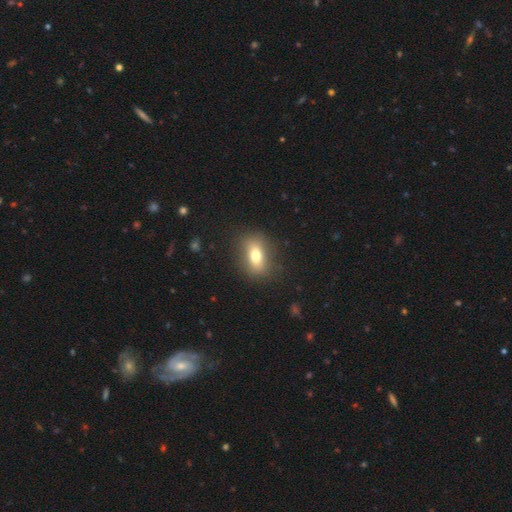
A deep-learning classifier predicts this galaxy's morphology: smooth 71%, featured or disk 19%, star or artifact 10%. Down the decision tree: how rounded — in between (75%); merging — none (83%).